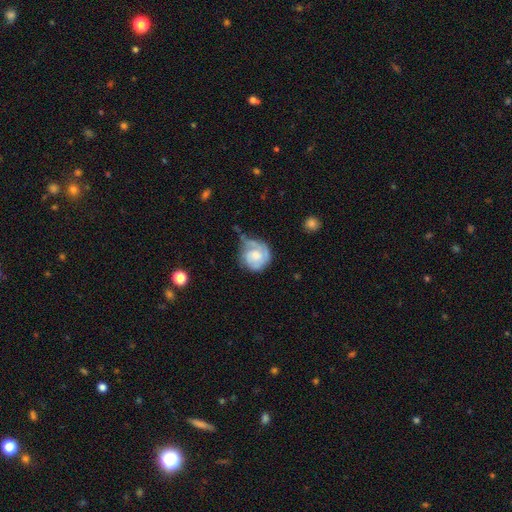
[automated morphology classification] Smooth or featured: featured or disk — 64% (smooth — 29%)
Edge-on disk: no — 98% (yes — 2%)
Bar: no — 69% (weak — 27%)
Spiral arms: yes — 86% (no — 14%)
Spiral winding: tight — 61% (medium — 28%)
Spiral arm count: 2 — 34% (1 — 25%)
Bulge size: moderate — 47% (small — 32%)
Merging: none — 43% (minor disturbance — 32%)